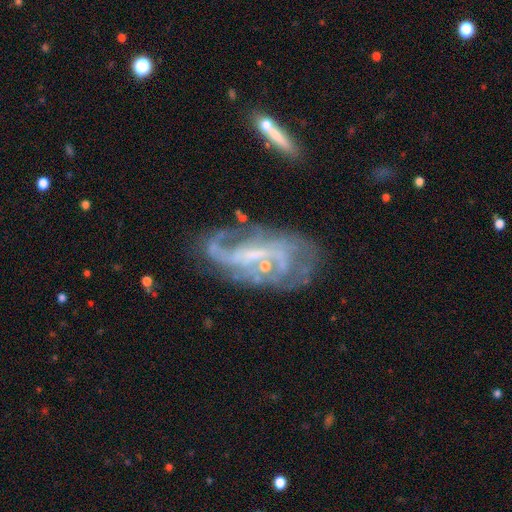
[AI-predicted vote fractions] Smooth or featured: featured or disk — 81% (smooth — 10%)
Edge-on disk: no — 94% (yes — 6%)
Bar: weak — 45% (no — 31%)
Spiral arms: yes — 85% (no — 15%)
Spiral winding: medium — 41% (loose — 30%)
Spiral arm count: 2 — 36% (can't tell — 33%)
Bulge size: small — 56% (moderate — 21%)
Merging: none — 52% (major disturbance — 21%)